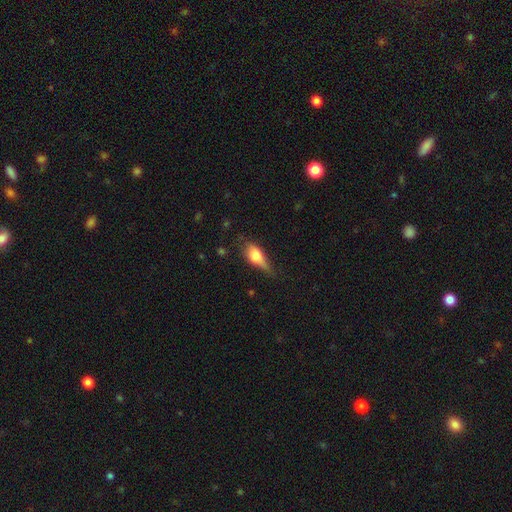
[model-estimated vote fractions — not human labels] Smooth or featured: smooth — 70% (featured or disk — 22%)
How rounded: in between — 75% (cigar-shaped — 18%)
Merging: minor disturbance — 41% (none — 38%)